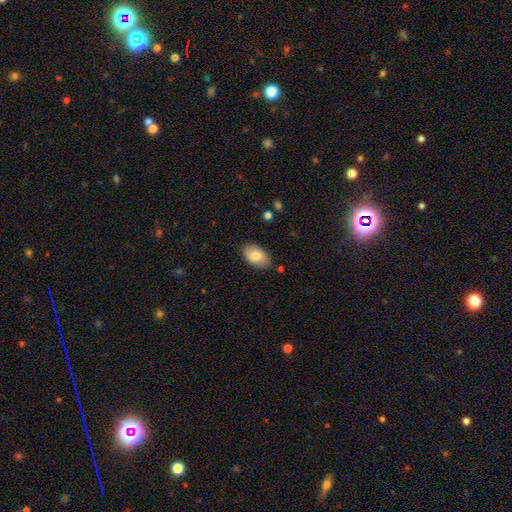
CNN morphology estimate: Smooth or featured?
  - smooth: 79% *
  - featured or disk: 15%
  - star or artifact: 6%
How rounded?
  - in between: 93% *
  - round: 6%
  - cigar-shaped: 1%
Merging?
  - none: 84% *
  - minor disturbance: 12%
  - major disturbance: 2%
  - merger: 2%